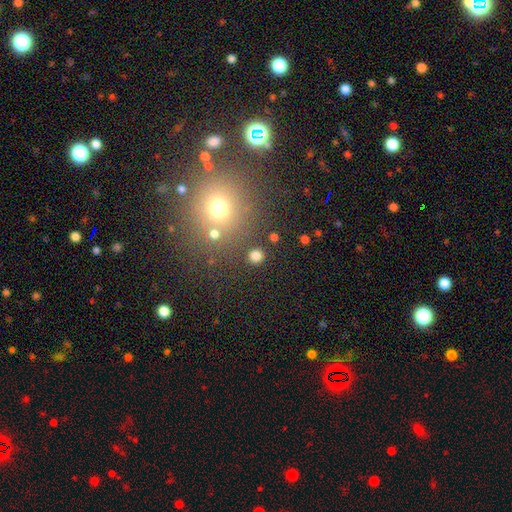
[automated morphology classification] Smooth or featured? smooth (78%)
How rounded? round (90%)
Merging? none (87%)